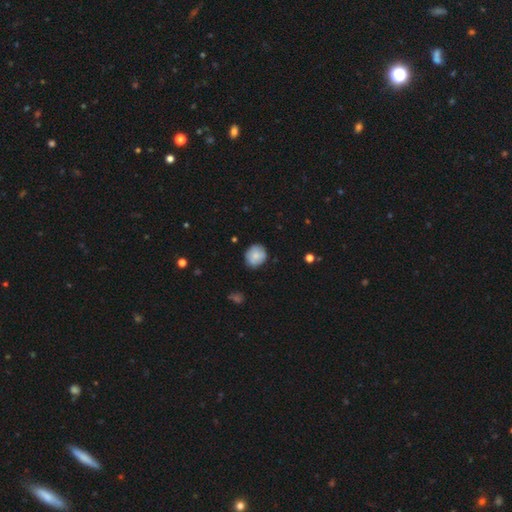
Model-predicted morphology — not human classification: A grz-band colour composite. It shows a smooth galaxy with no disk features (73%) that is round (78%). Merging: none (77%).